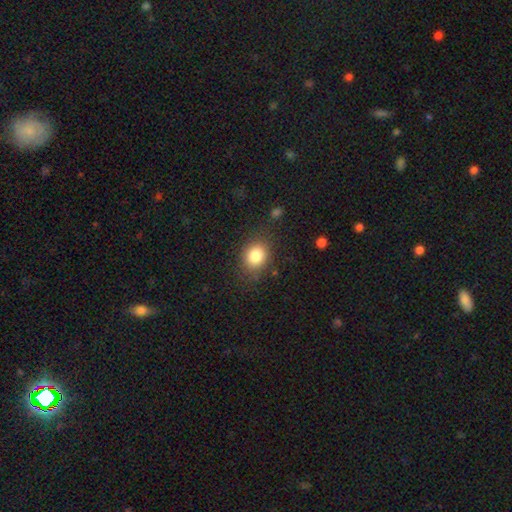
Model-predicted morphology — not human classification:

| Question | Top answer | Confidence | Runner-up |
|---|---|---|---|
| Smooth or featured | smooth | 83% | star or artifact (10%) |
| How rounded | round | 59% | in between (40%) |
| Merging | none | 80% | minor disturbance (14%) |